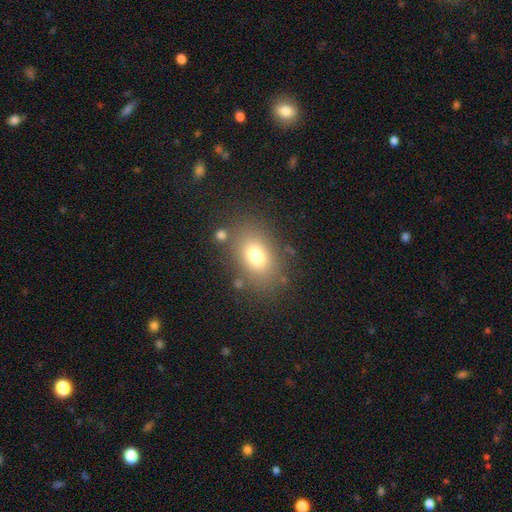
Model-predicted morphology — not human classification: Smooth or featured? smooth (74%)
How rounded? in between (79%)
Merging? none (79%)